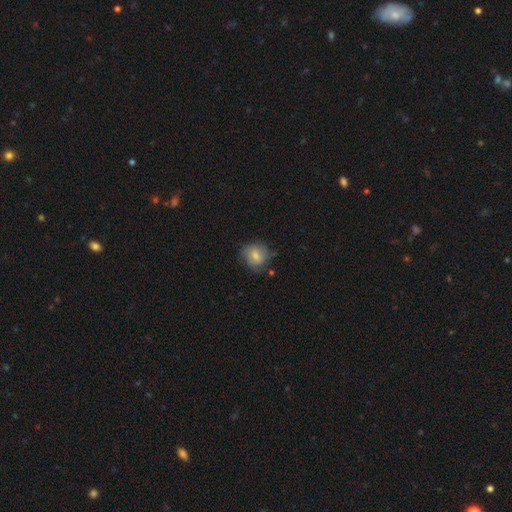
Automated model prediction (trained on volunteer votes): This is likely a smooth galaxy (63%). How rounded: likely round (74%). Merging: likely none (62%).